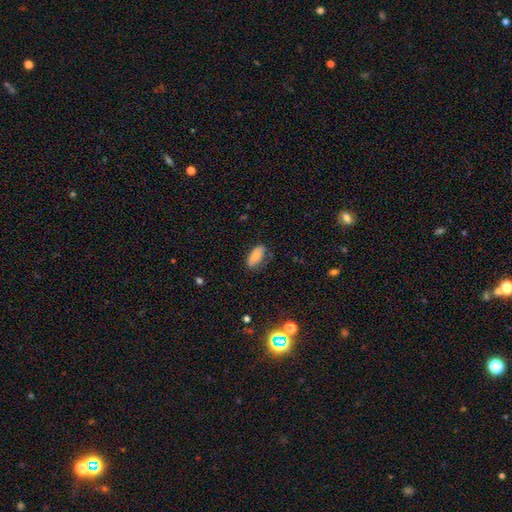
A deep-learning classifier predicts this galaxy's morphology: smooth 77%, featured or disk 15%, star or artifact 8%. Down the decision tree: how rounded — in between (86%); merging — none (75%).